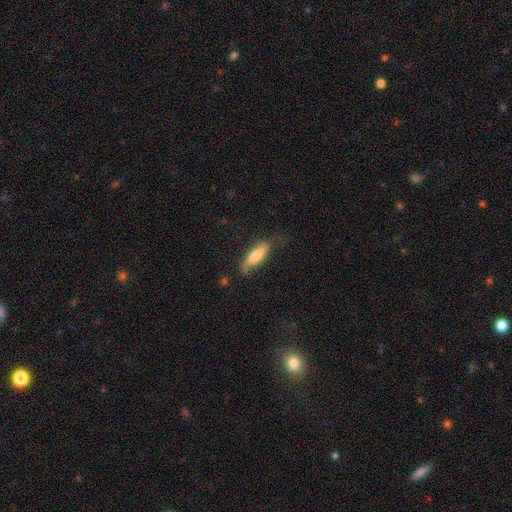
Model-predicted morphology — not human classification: This appears to be a smooth galaxy with no disk features (64%) that is cigar-shaped (52%). Merging: none (60%).